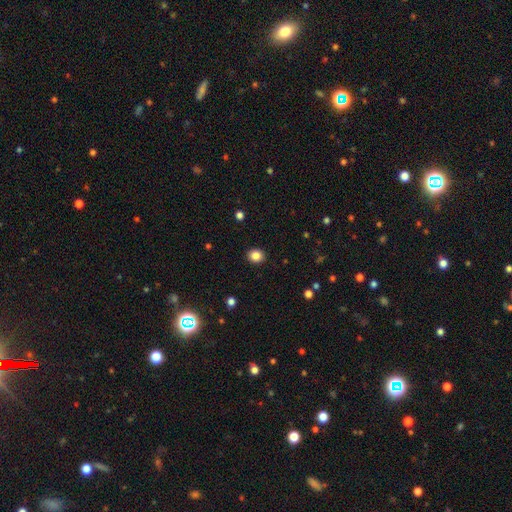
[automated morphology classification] Q: Smooth or featured?
A: smooth (85%); runner-up: star or artifact (11%)
Q: How rounded?
A: round (72%); runner-up: in between (27%)
Q: Merging?
A: none (91%); runner-up: minor disturbance (6%)